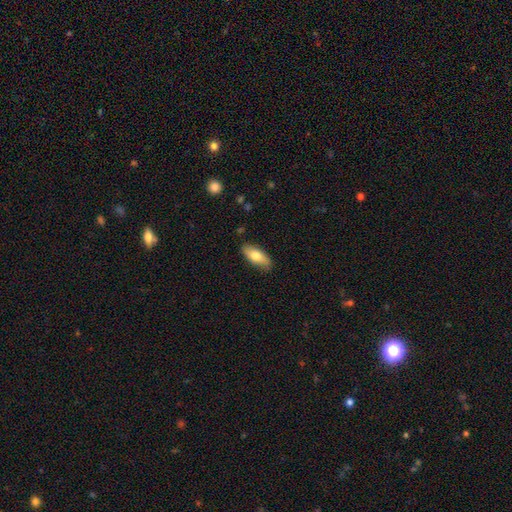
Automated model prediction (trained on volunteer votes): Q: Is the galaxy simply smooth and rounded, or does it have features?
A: smooth — 73%.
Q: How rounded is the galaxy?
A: in between — 80%.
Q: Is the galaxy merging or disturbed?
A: none — 86%.